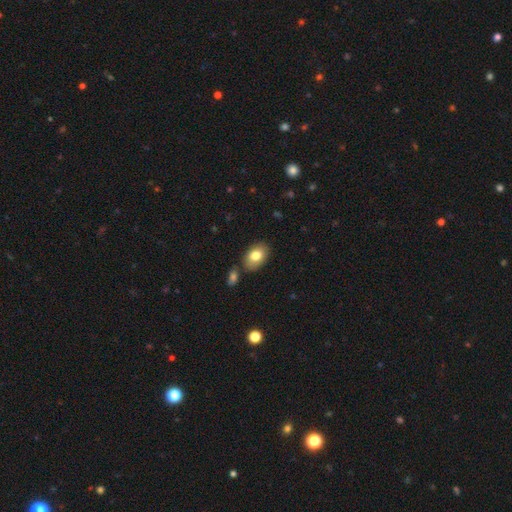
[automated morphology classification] Smooth or featured? Predicted: smooth (p=0.79). How rounded? Predicted: in between (p=0.87). Merging? Predicted: none (p=0.76).